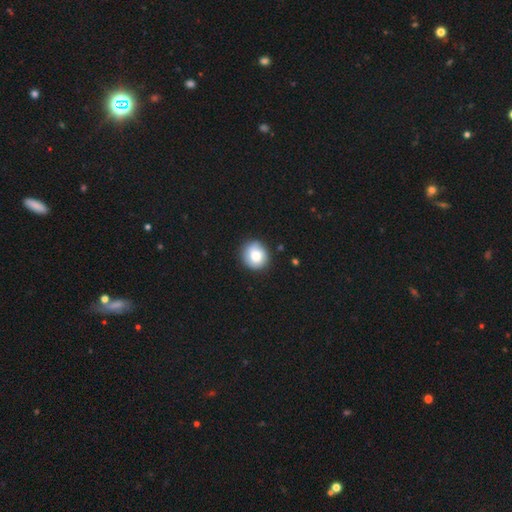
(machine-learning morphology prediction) Smooth or featured: smooth — 77% (featured or disk — 14%)
How rounded: round — 86% (in between — 13%)
Merging: none — 84% (minor disturbance — 12%)